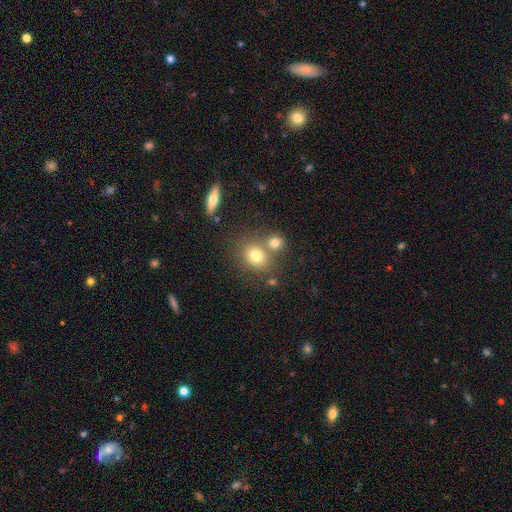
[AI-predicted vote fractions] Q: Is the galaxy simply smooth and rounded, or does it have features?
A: smooth — 76%.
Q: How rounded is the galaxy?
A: round — 69%.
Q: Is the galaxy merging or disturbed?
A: none — 58%.